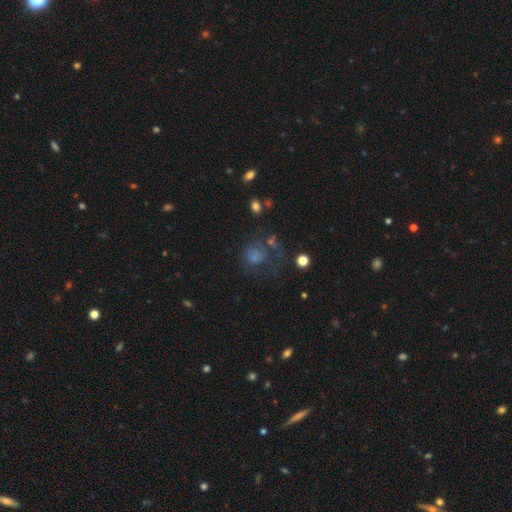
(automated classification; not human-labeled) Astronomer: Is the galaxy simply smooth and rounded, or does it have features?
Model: smooth — 53% (runner-up: featured or disk, 30%).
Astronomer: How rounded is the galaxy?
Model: round — 74%.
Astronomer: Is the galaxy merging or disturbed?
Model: none — 39% (runner-up: major disturbance, 35%).